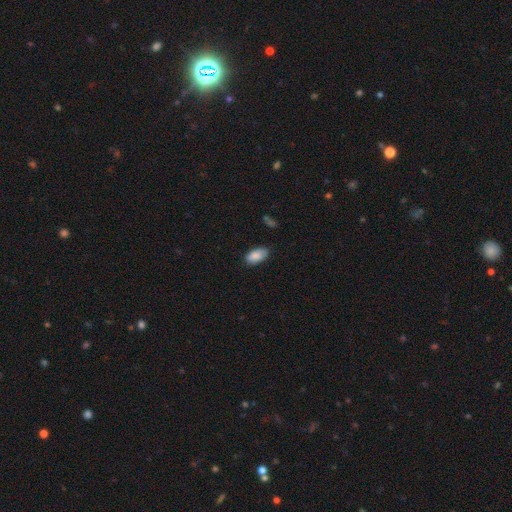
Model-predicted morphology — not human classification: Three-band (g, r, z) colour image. It shows a smooth galaxy with no disk features (87%) that is in between round and cigar-shaped (94%). Merging: none (81%).